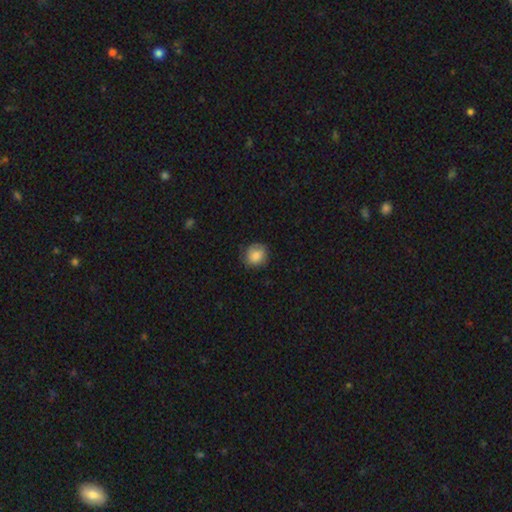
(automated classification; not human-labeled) Smooth or featured? Predicted: smooth (p=0.83). How rounded? Predicted: round (p=0.81). Merging? Predicted: none (p=0.78).